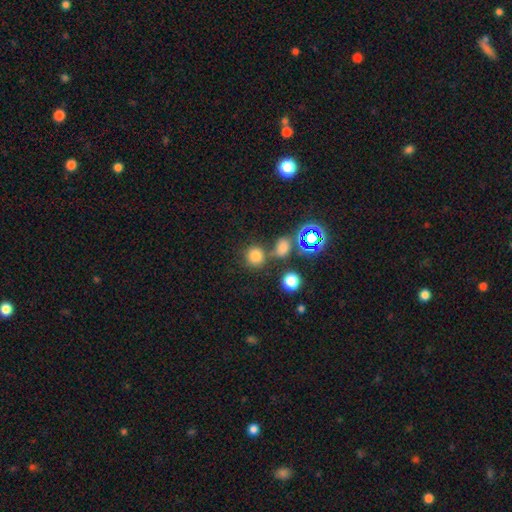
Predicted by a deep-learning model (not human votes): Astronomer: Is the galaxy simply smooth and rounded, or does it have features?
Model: smooth — 75%.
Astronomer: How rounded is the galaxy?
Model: round — 87%.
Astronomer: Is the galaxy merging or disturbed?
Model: none — 66%.